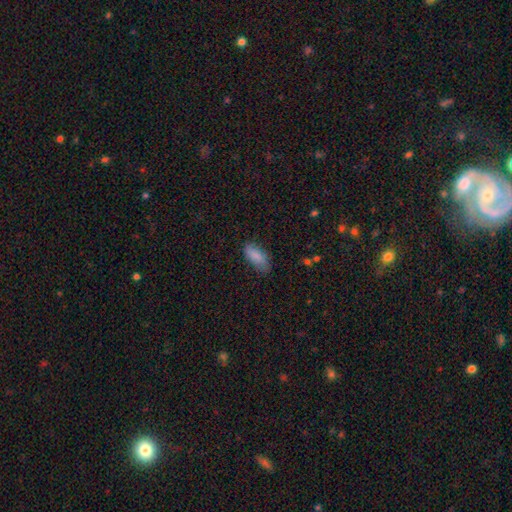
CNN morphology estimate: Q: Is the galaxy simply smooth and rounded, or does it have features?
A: smooth — 85%.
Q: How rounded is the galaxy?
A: in between — 84%.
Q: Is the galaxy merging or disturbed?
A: none — 71%.